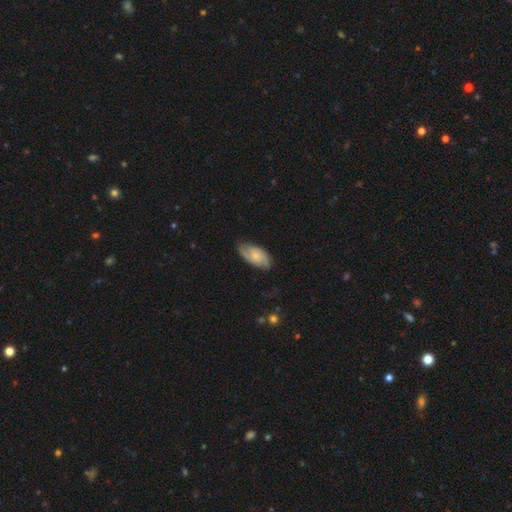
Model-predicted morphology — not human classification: type=featured or disk (66%); edge-on=no (95%); bar=no (63%); spiral arms=yes (93%); winding=medium (44%); arm count=2 (79%); bulge=small (56%); merging=none (75%).